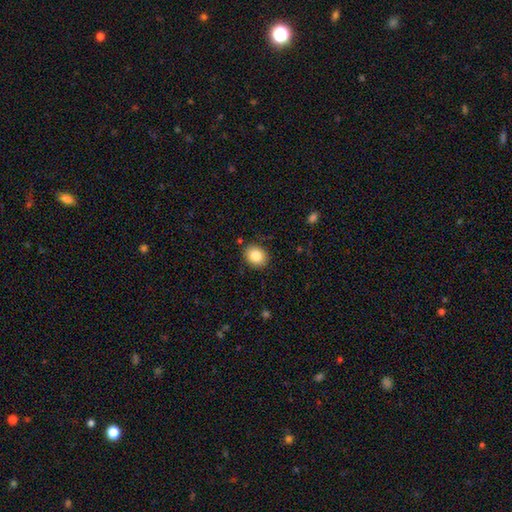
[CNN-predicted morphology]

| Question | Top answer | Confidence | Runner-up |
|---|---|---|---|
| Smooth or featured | smooth | 83% | star or artifact (9%) |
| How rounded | round | 58% | in between (41%) |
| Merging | none | 87% | minor disturbance (9%) |